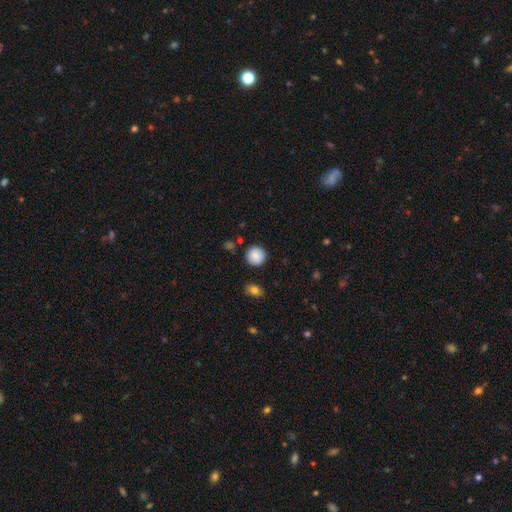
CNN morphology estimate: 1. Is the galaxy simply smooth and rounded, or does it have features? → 86% smooth, 8% star or artifact, 6% featured or disk.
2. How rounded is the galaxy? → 93% round, 6% in between, 1% cigar-shaped.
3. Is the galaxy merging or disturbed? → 88% none, 8% minor disturbance, 2% major disturbance, 2% merger.